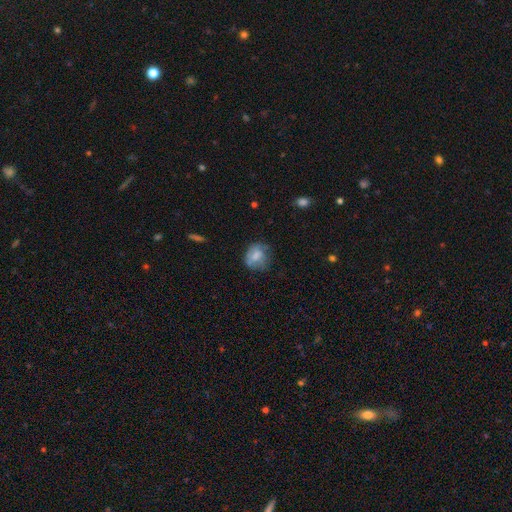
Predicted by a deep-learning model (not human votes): A smooth galaxy with no disk features (61%) that is round (71%).

Vote fractions:
- Smooth or featured? smooth: 61% / featured or disk: 30% / star or artifact: 9%
- How rounded? round: 71% / in between: 27% / cigar-shaped: 1%
- Merging? none: 54% / minor disturbance: 28% / major disturbance: 14% / merger: 4%